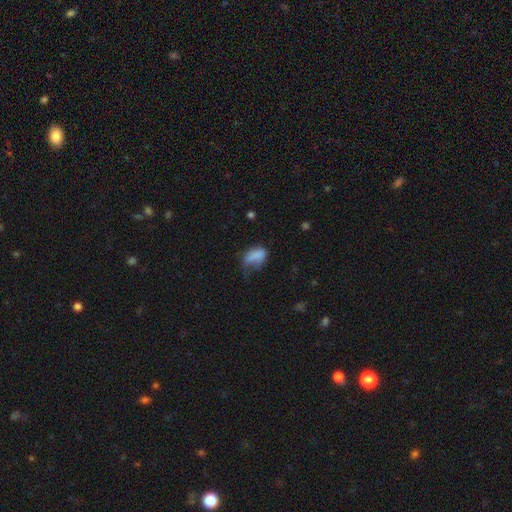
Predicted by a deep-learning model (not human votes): Smooth or featured? smooth (76%)
How rounded? in between (88%)
Merging? major disturbance (41%)